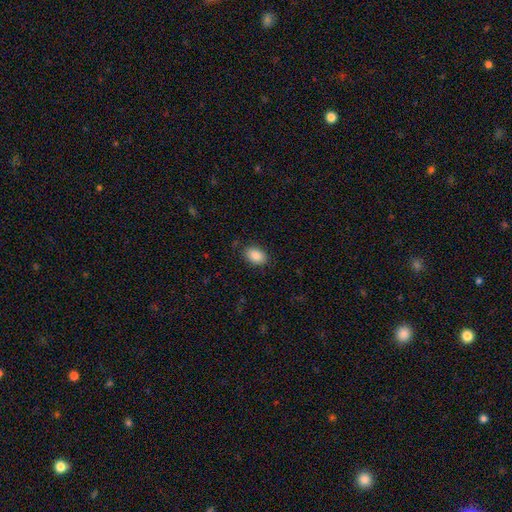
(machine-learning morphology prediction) A smooth galaxy with no disk features (88%) that is in between round and cigar-shaped (87%).

Vote fractions:
- Smooth or featured? smooth: 88% / star or artifact: 7% / featured or disk: 4%
- How rounded? in between: 87% / round: 12% / cigar-shaped: 1%
- Merging? none: 85% / minor disturbance: 11% / major disturbance: 3% / merger: 1%